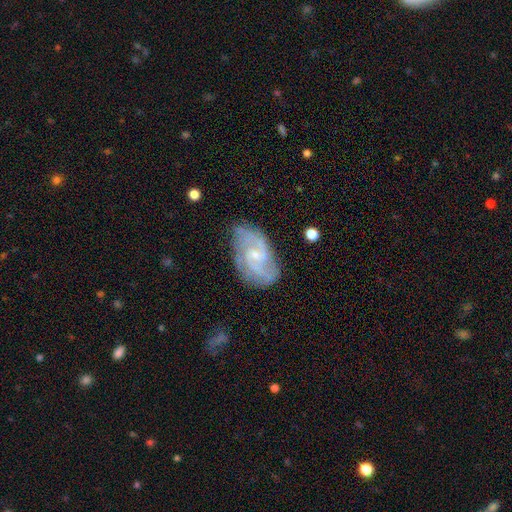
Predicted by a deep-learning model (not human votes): Smooth or featured?
  - featured or disk: 84% *
  - smooth: 10%
  - star or artifact: 6%
Edge-on disk?
  - no: 97% *
  - yes: 3%
Bar?
  - weak: 47% *
  - no: 45%
  - strong: 8%
Spiral arms?
  - yes: 96% *
  - no: 4%
Spiral winding?
  - medium: 50% *
  - tight: 35%
  - loose: 15%
Spiral arm count?
  - 2: 59% *
  - 3: 15%
  - can't tell: 15%
  - 4: 4%
  - 1: 3%
  - more than 4: 3%
Bulge size?
  - small: 68% *
  - moderate: 26%
  - none: 5%
  - large: 1%
  - dominant: 1%
Merging?
  - none: 69% *
  - minor disturbance: 22%
  - major disturbance: 7%
  - merger: 2%